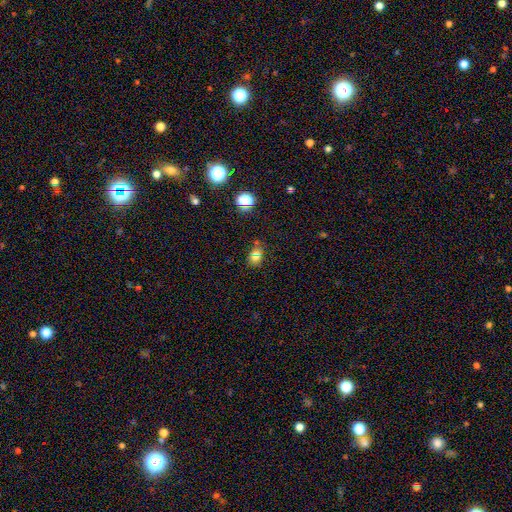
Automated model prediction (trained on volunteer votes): Smooth or featured? smooth (62%)
How rounded? in between (49%, tied with round)
Merging? none (69%)